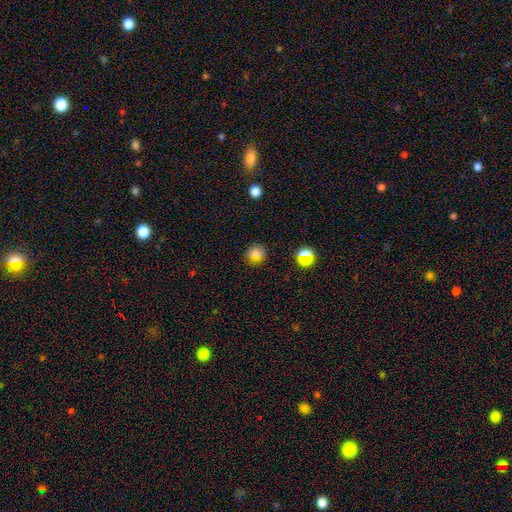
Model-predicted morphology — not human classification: This appears to be a smooth galaxy with no disk features (77%) that is round (77%). Merging: none (85%).